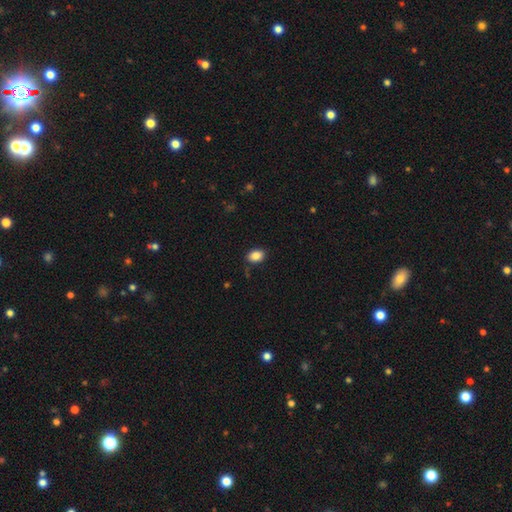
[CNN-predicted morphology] Smooth or featured: smooth — 87% (star or artifact — 9%)
How rounded: in between — 80% (round — 19%)
Merging: none — 86% (minor disturbance — 11%)